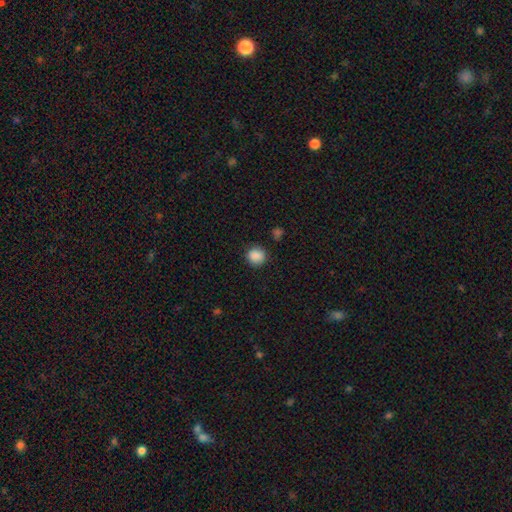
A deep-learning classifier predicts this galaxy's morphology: smooth-or-featured: smooth: 88% | star or artifact: 10% | featured or disk: 3%
  how-rounded: round: 86% | in between: 13% | cigar-shaped: 1%
  merging: none: 85% | minor disturbance: 10% | major disturbance: 3% | merger: 2%